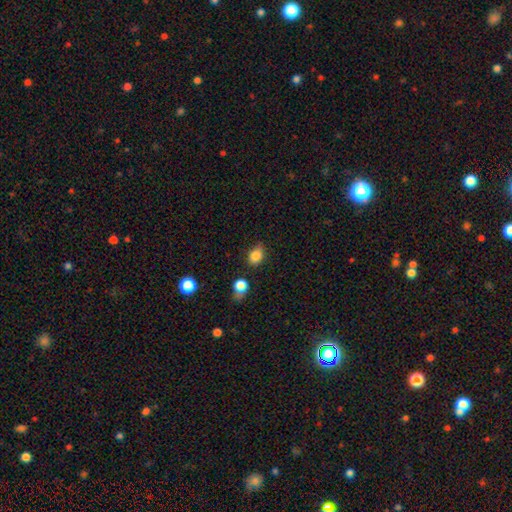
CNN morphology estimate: This appears to be a smooth galaxy with no disk features (84%) that is in between round and cigar-shaped (56%). Merging: none (62%).